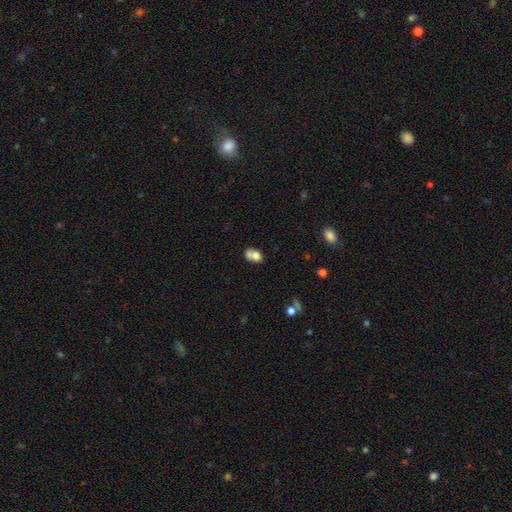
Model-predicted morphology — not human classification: A smooth galaxy with no disk features (71%) that is in between round and cigar-shaped (57%). Merging: merger (56%).